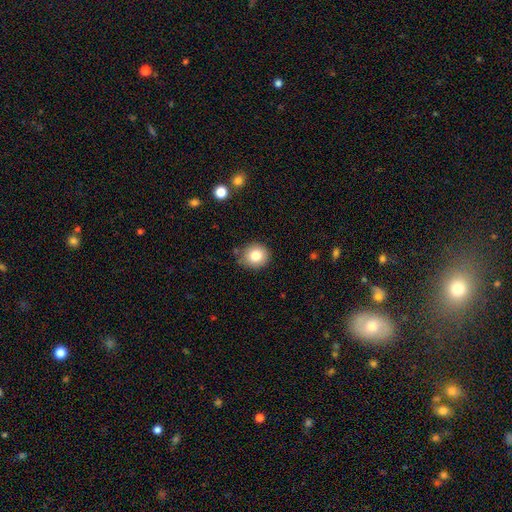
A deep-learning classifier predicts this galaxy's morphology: The model was most divided on "merging": none: 83%, minor disturbance: 12%, major disturbance: 3%, merger: 3%. More confident: how rounded — round (88%); smooth or featured — smooth (81%).